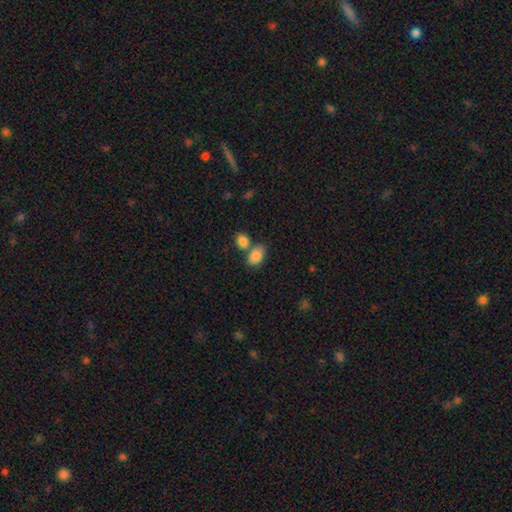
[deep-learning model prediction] Smooth or featured: smooth — 86% (star or artifact — 8%)
How rounded: in between — 86% (round — 13%)
Merging: none — 52% (merger — 30%)